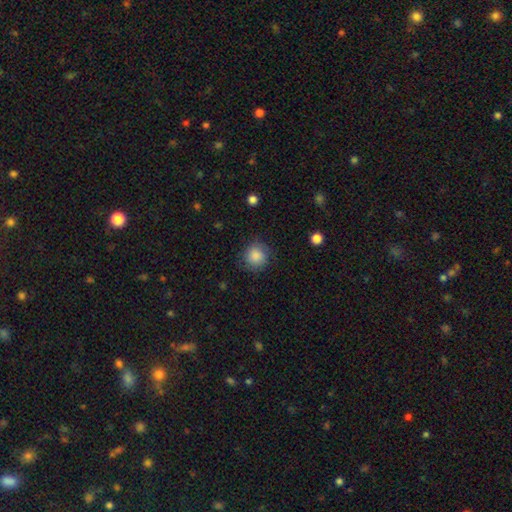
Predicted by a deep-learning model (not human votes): A smooth galaxy with no disk features (86%) that is round (90%). Merging: none (80%).